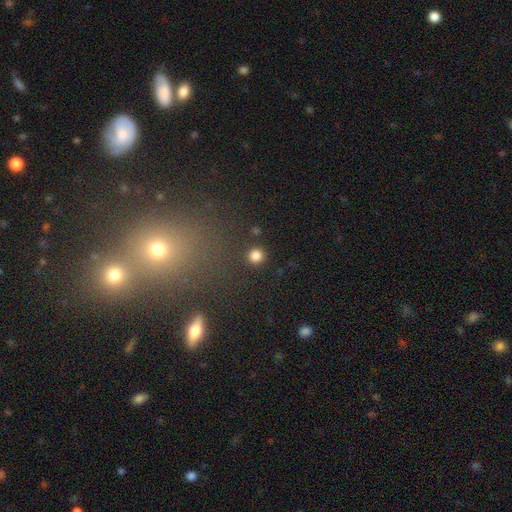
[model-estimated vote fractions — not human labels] Morphology: type=smooth (82%); roundness=round (94%); merging=none (90%).